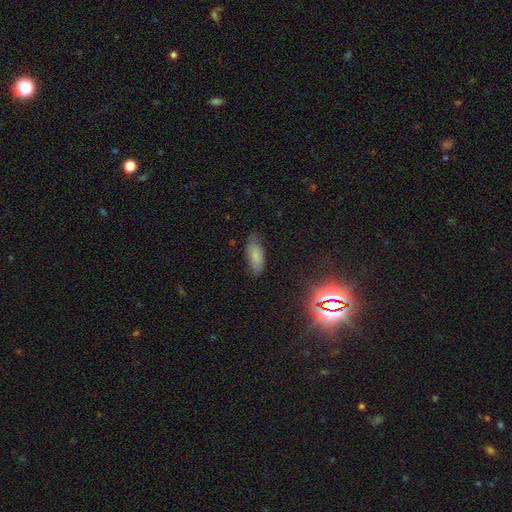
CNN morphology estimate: smooth_or_featured: smooth (p=0.77) [alt: featured or disk p=0.13]
how_rounded: in between (p=0.88) [alt: cigar-shaped p=0.09]
merging: none (p=0.70) [alt: minor disturbance p=0.24]